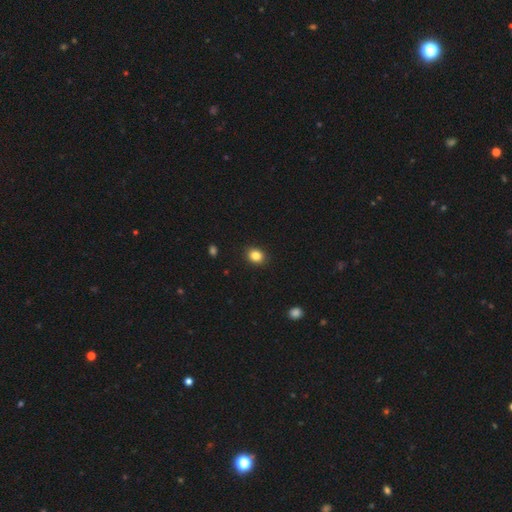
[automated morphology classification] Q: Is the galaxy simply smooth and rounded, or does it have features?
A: smooth — 84%.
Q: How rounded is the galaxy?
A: round — 61%.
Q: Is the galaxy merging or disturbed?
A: none — 91%.